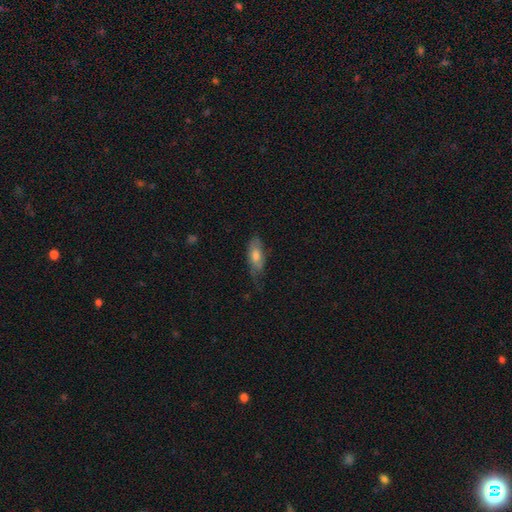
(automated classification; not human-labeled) Smooth or featured?
  - smooth: 59% *
  - featured or disk: 34%
  - star or artifact: 8%
How rounded?
  - in between: 76% *
  - cigar-shaped: 21%
  - round: 3%
Merging?
  - none: 51% *
  - minor disturbance: 33%
  - major disturbance: 14%
  - merger: 2%